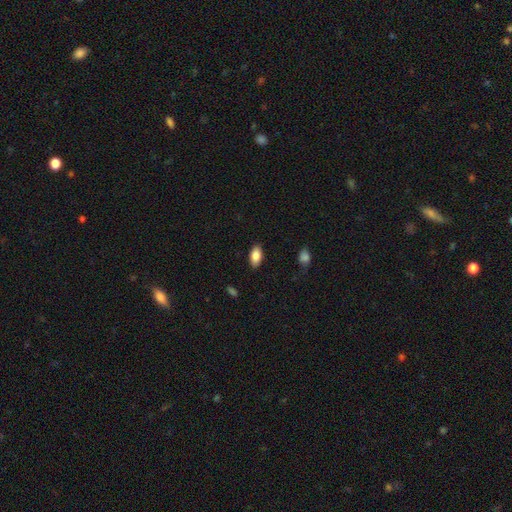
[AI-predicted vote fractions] This is clearly a smooth galaxy (86%). How rounded: clearly in between (93%). Merging: clearly none (87%).